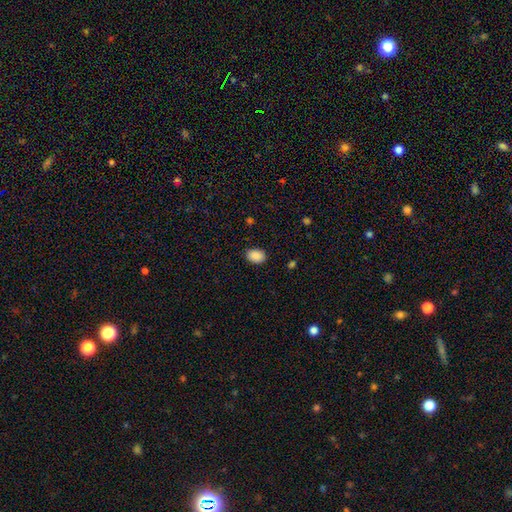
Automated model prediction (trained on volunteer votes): Smooth or featured? Predicted: smooth (p=0.90). How rounded? Predicted: in between (p=0.77). Merging? Predicted: none (p=0.87).